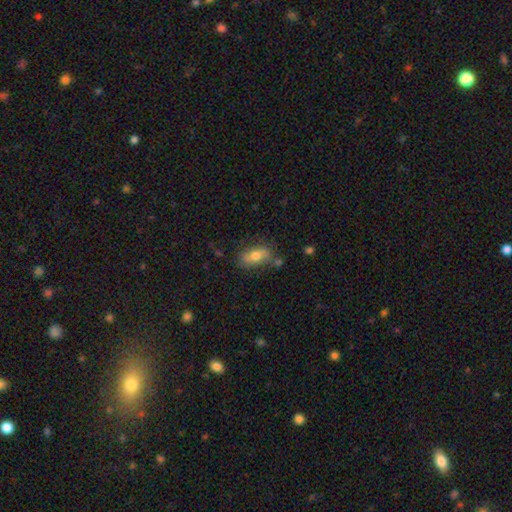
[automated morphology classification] smooth 71%, featured or disk 21%, star or artifact 8%. Down the decision tree: how rounded — in between (86%); merging — none (67%).